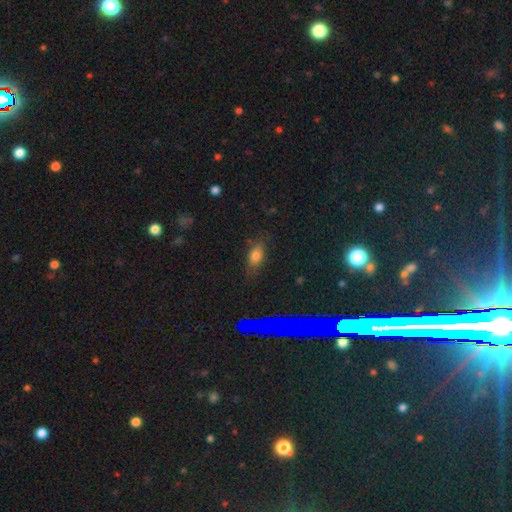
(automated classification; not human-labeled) This appears to be a smooth galaxy with no disk features (69%) that is in between round and cigar-shaped (80%). Merging: none (76%).